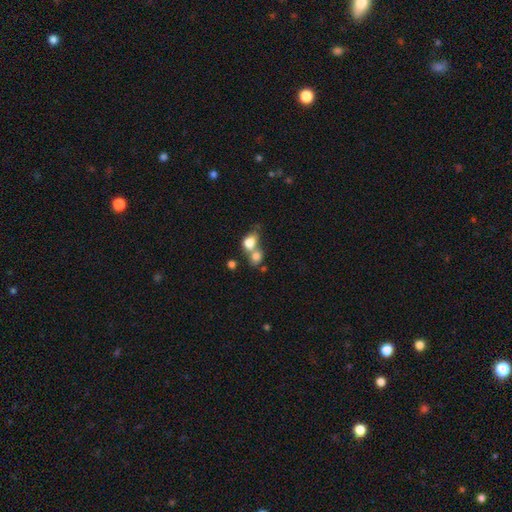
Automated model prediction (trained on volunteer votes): A smooth galaxy with no disk features (78%) that is round (54%).

Vote fractions:
- Smooth or featured? smooth: 78% / featured or disk: 12% / star or artifact: 10%
- How rounded? round: 54% / in between: 44% / cigar-shaped: 2%
- Merging? merger: 63% / none: 25% / minor disturbance: 7% / major disturbance: 4%